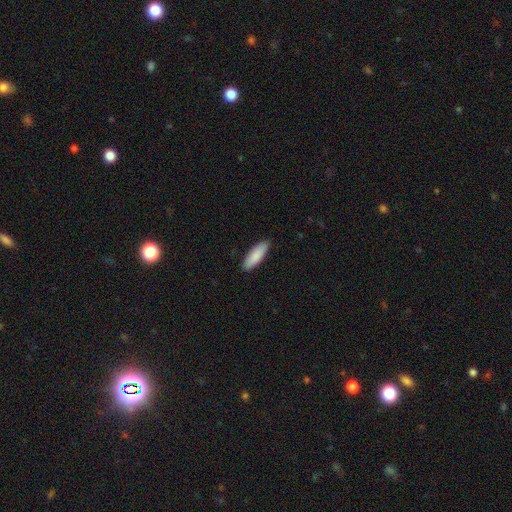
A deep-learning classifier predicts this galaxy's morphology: A smooth galaxy with no disk features (88%) that is in between round and cigar-shaped (52%). Merging: none (89%).